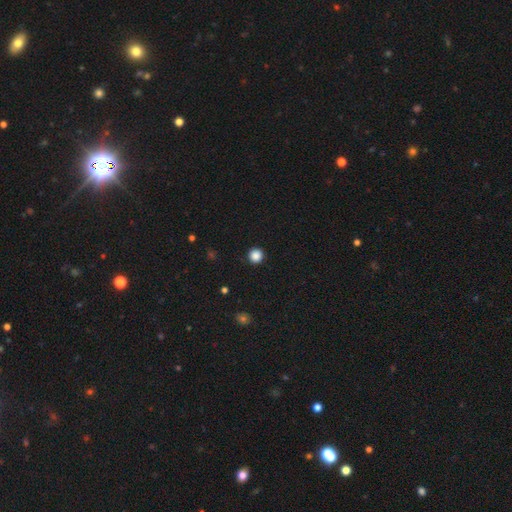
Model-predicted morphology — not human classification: Smooth or featured: smooth — 87% (star or artifact — 10%)
How rounded: round — 96% (in between — 3%)
Merging: none — 93% (minor disturbance — 5%)